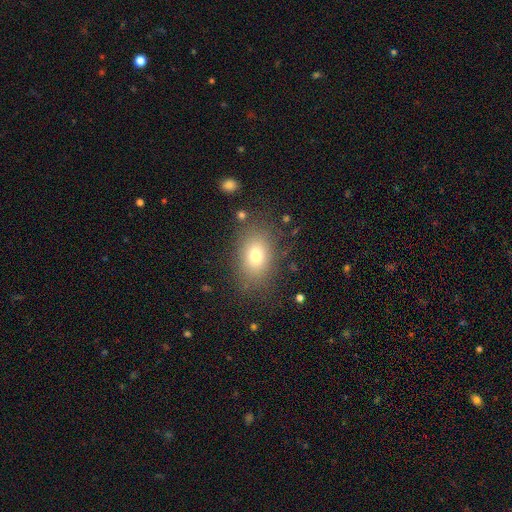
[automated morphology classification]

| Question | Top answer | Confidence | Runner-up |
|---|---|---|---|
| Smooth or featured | smooth | 73% | featured or disk (14%) |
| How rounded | in between | 76% | round (22%) |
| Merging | none | 81% | minor disturbance (12%) |